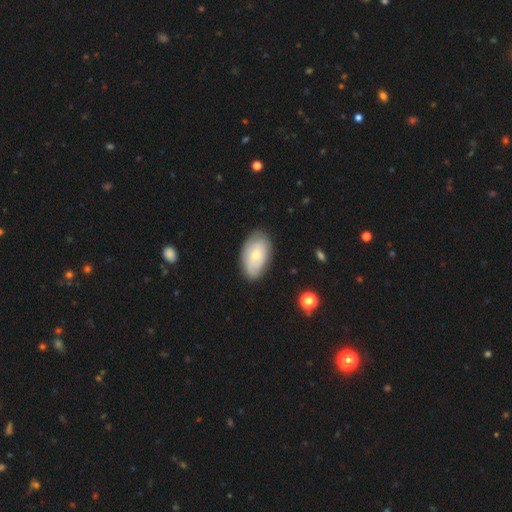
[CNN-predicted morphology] type=smooth (56%); roundness=in between (93%); merging=none (79%).